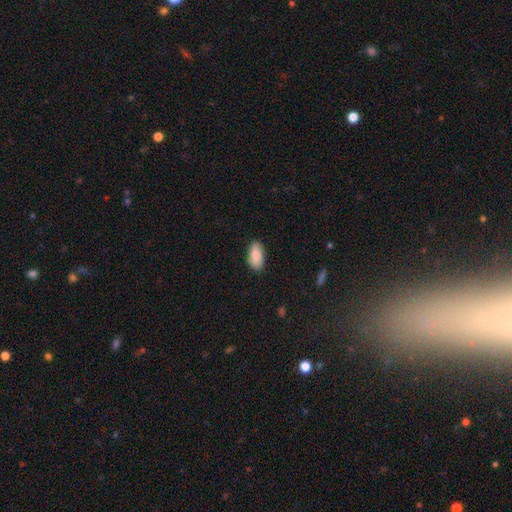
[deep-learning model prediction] Smooth or featured: smooth — 88% (featured or disk — 6%)
How rounded: in between — 91% (cigar-shaped — 6%)
Merging: none — 85% (minor disturbance — 12%)